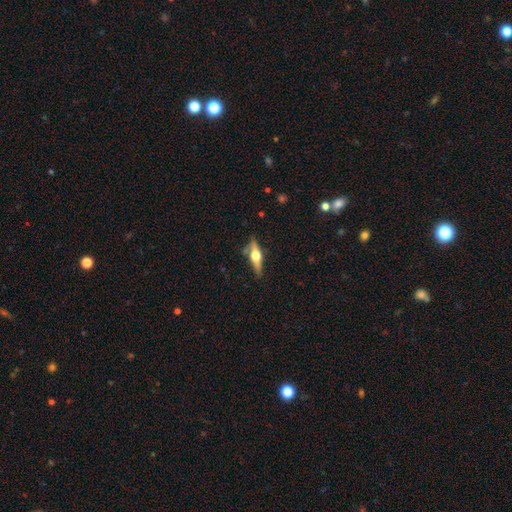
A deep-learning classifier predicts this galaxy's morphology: Smooth or featured: featured or disk — 62% (smooth — 31%)
Edge-on disk: yes — 93% (no — 7%)
Edge-on bulge: rounded — 94% (boxy — 4%)
Merging: none — 72% (minor disturbance — 17%)